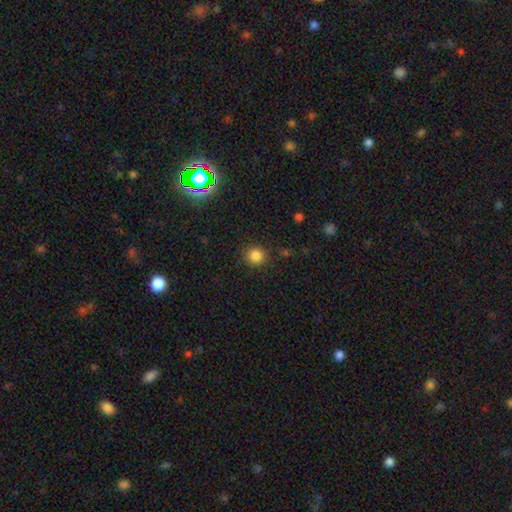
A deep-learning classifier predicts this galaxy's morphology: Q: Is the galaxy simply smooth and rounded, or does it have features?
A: smooth — 84%.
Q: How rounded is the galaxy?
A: round — 92%.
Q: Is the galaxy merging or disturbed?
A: none — 88%.